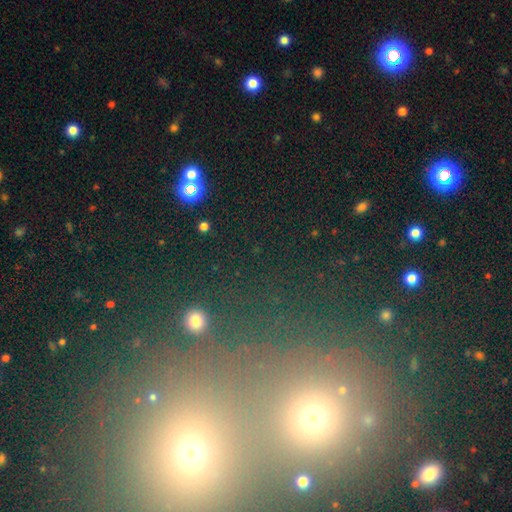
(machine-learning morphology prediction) Q: Smooth or featured?
A: star or artifact (55%); runner-up: smooth (32%)